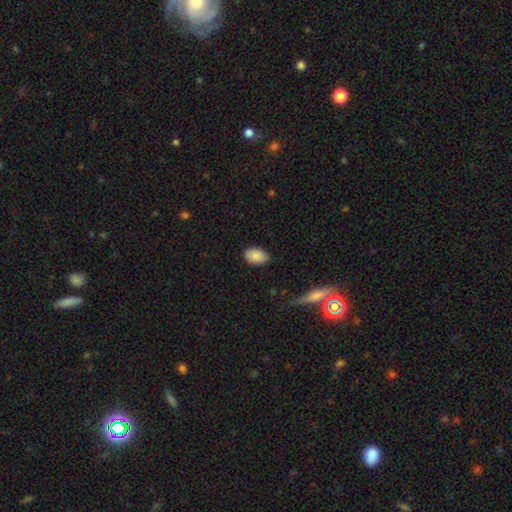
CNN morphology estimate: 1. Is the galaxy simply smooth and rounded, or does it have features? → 87% smooth, 7% star or artifact, 6% featured or disk.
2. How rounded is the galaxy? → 90% in between, 9% round, 1% cigar-shaped.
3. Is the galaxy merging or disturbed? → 80% none, 16% minor disturbance, 3% major disturbance, 1% merger.